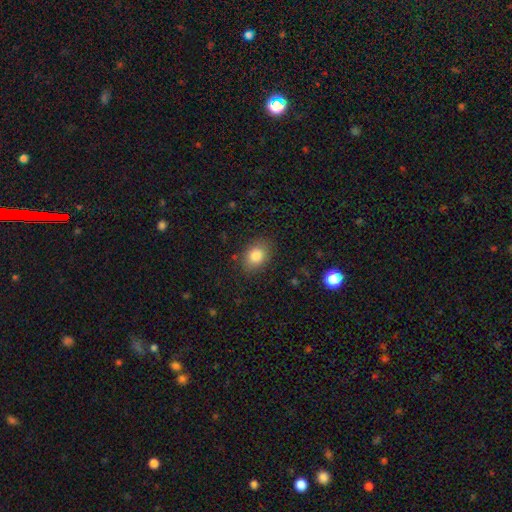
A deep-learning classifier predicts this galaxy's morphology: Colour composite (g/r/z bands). It shows a smooth galaxy with no disk features (84%) that is in between round and cigar-shaped (64%). Merging: none (82%).